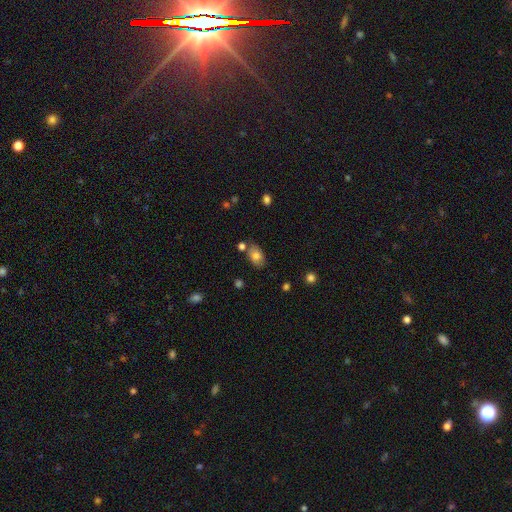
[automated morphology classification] Smooth or featured? smooth (77%)
How rounded? in between (86%)
Merging? none (74%)